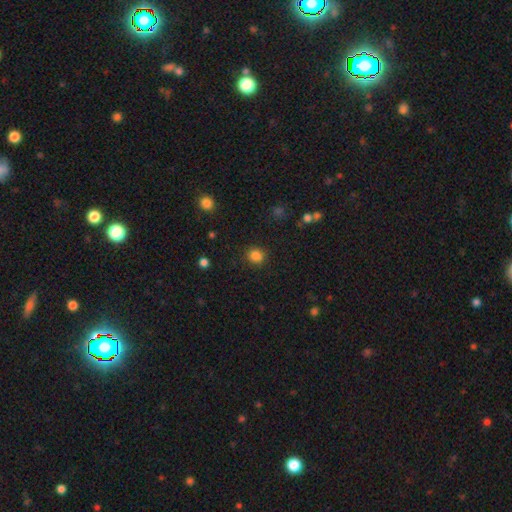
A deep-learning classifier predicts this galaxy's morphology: smooth-or-featured: smooth: 85% | star or artifact: 12% | featured or disk: 3%
  how-rounded: round: 83% | in between: 16% | cigar-shaped: 1%
  merging: none: 89% | minor disturbance: 7% | major disturbance: 3% | merger: 1%